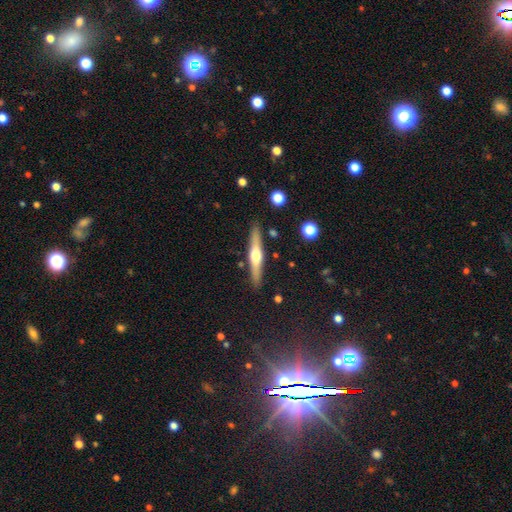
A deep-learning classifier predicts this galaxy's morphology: This appears to be a featured or disk galaxy (65%) viewed edge-on (97%) with a rounded central bulge (91%). Merging: none (87%).